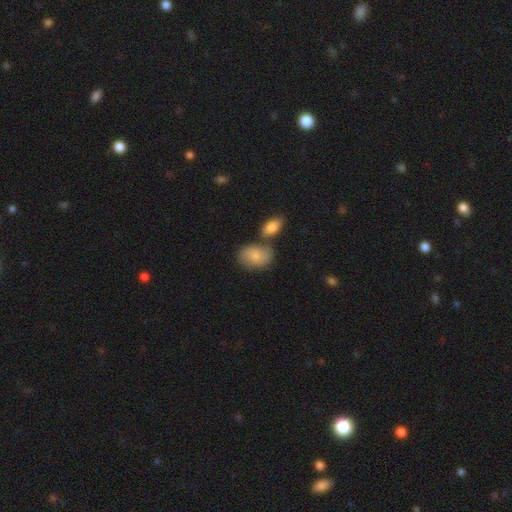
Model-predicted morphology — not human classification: smooth-or-featured: smooth: 77% | featured or disk: 16% | star or artifact: 7%
  how-rounded: in between: 81% | round: 18% | cigar-shaped: 1%
  merging: none: 54% | merger: 25% | minor disturbance: 16% | major disturbance: 5%